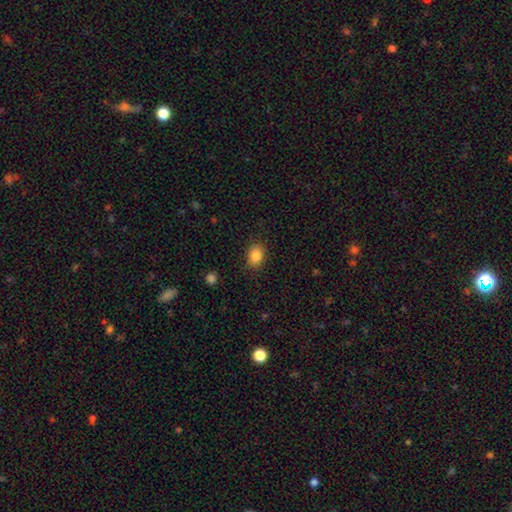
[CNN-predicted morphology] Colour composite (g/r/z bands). It shows a smooth galaxy with no disk features (86%) that is in between round and cigar-shaped (65%). Merging: none (84%).